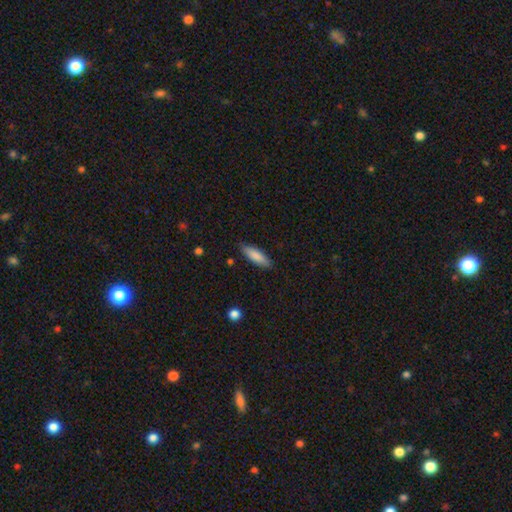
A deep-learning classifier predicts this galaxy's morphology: The model was most divided on "how rounded": cigar-shaped: 52%, in between: 47%, round: 2%. More confident: merging — none (84%); smooth or featured — smooth (84%).